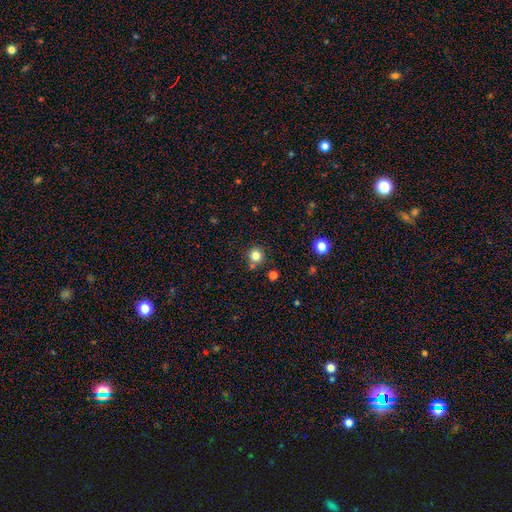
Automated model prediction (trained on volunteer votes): Smooth or featured?
  - smooth: 82% *
  - star or artifact: 13%
  - featured or disk: 5%
How rounded?
  - round: 94% *
  - in between: 5%
  - cigar-shaped: 1%
Merging?
  - none: 80% *
  - minor disturbance: 9%
  - merger: 8%
  - major disturbance: 3%